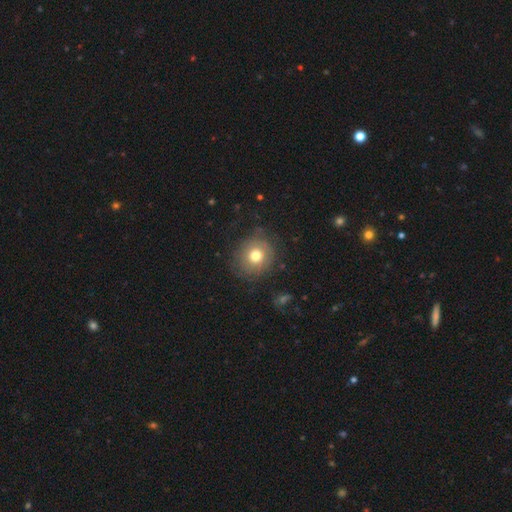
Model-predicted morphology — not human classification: This is likely a smooth galaxy (68%). How rounded: clearly round (86%). Merging: likely none (76%).